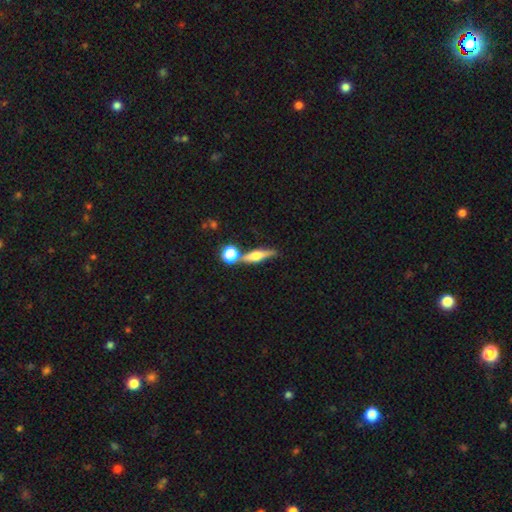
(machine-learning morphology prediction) This is possibly a featured or disk galaxy (56%). It is clearly viewed edge-on (93%). Edge-on bulge: clearly rounded (88%). Merging: likely none (68%).